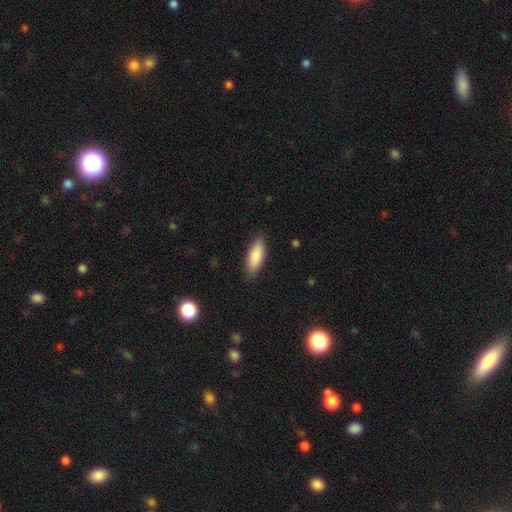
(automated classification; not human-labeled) smooth 86%, featured or disk 8%, star or artifact 6%. Down the decision tree: how rounded — in between (72%); merging — none (86%).